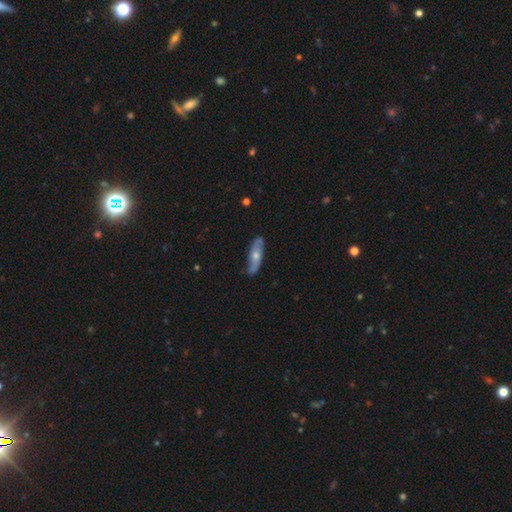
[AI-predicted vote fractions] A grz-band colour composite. It shows a featured or disk galaxy (52%). Merging: none (77%).